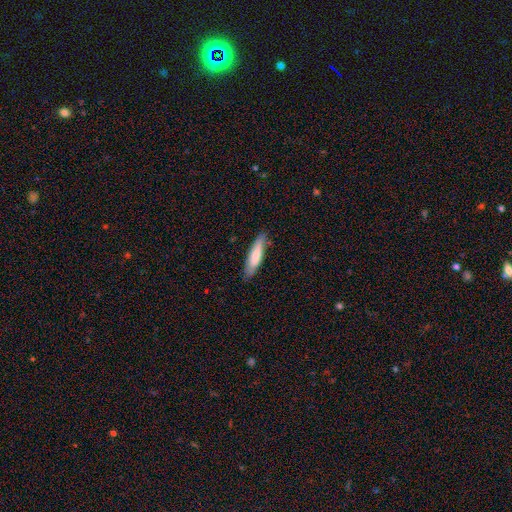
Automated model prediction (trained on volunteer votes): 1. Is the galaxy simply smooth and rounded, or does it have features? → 74% smooth, 21% featured or disk, 5% star or artifact.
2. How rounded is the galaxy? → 75% cigar-shaped, 24% in between, 1% round.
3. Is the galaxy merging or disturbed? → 82% none, 14% minor disturbance, 2% major disturbance, 1% merger.